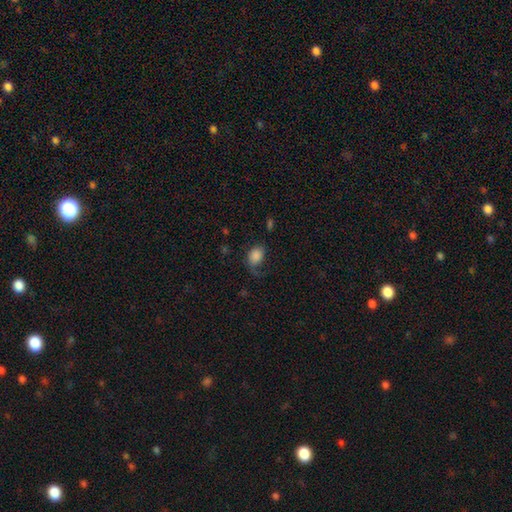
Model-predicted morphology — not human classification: Overall: smooth (82%). How rounded: in between (73%). Merging: none (47%; minor disturbance 27%).